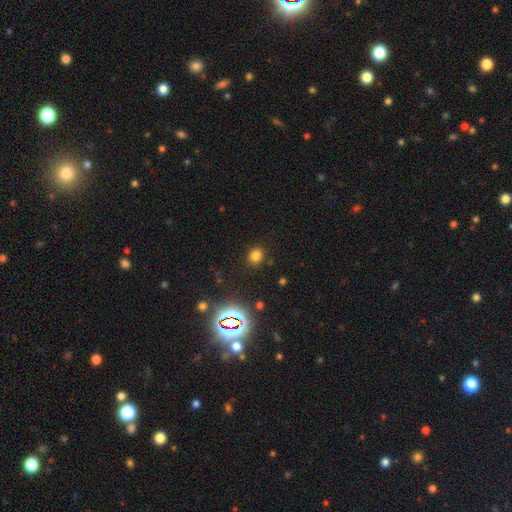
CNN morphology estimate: Smooth or featured: smooth — 74% (star or artifact — 21%)
How rounded: round — 78% (in between — 20%)
Merging: none — 88% (minor disturbance — 7%)